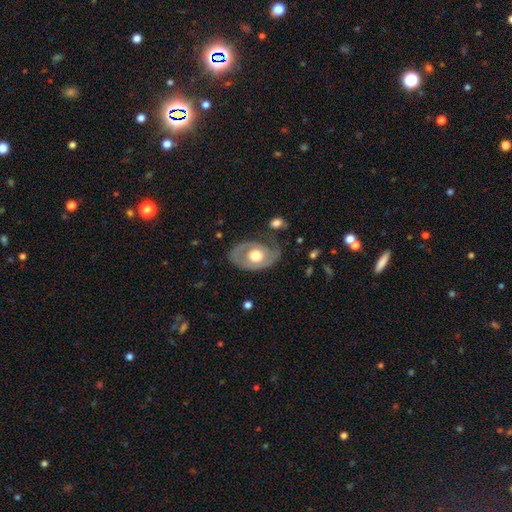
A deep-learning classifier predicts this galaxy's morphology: The model was most divided on "spiral arms": yes: 56%, no: 44%. More confident: edge-on disk — no (94%); bar — no (85%); smooth or featured — featured or disk (64%); bulge size — moderate (61%); merging — none (59%).